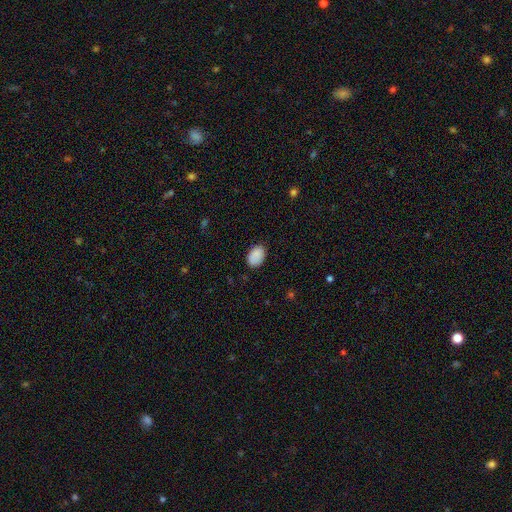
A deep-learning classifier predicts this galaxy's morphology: Smooth or featured? smooth (89%)
How rounded? in between (86%)
Merging? none (82%)